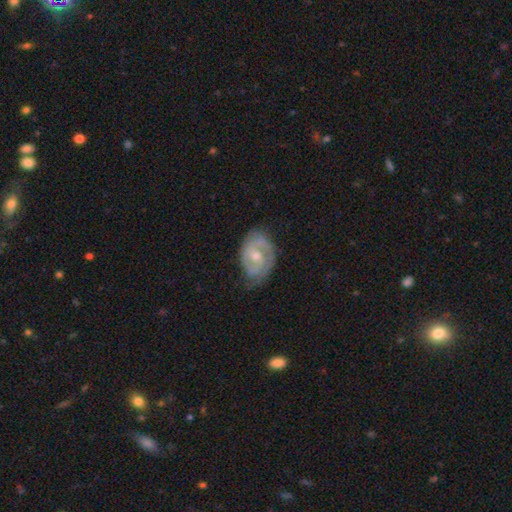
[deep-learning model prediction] featured or disk 78%, smooth 17%, star or artifact 5%. Down the decision tree: edge-on disk — no (96%); bar — no (51%); spiral arms — yes (90%); spiral arm count — 2 (66%); spiral winding — tight (54%); bulge size — moderate (58%); merging — none (64%).